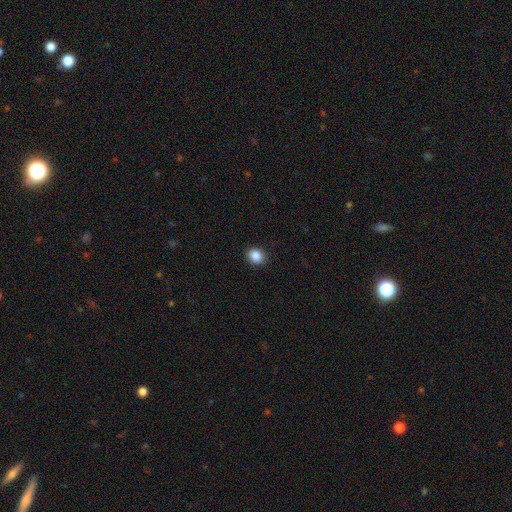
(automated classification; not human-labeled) The model was most divided on "how rounded": round: 69%, in between: 31%, cigar-shaped: 1%. More confident: merging — none (90%); smooth or featured — smooth (87%).